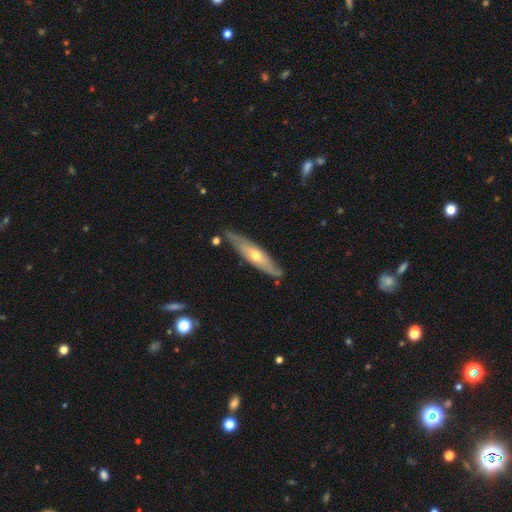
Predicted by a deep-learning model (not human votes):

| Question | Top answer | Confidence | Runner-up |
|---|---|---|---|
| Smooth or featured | featured or disk | 63% | smooth (32%) |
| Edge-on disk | yes | 65% | no (35%) |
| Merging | none | 78% | minor disturbance (17%) |